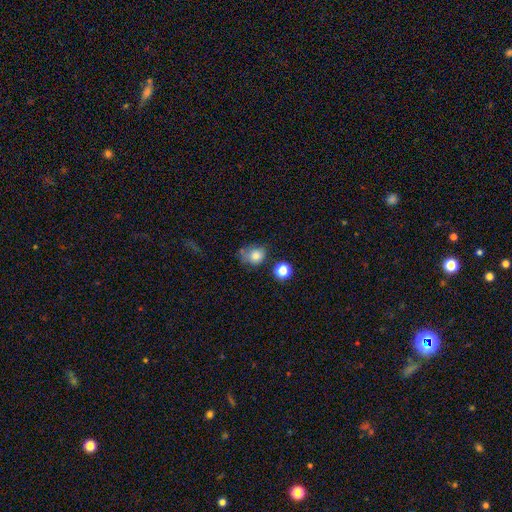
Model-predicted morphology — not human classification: The model was most divided on "merging": none: 50%, minor disturbance: 26%, merger: 12%, major disturbance: 12%. More confident: smooth or featured — smooth (79%); how rounded — round (70%).